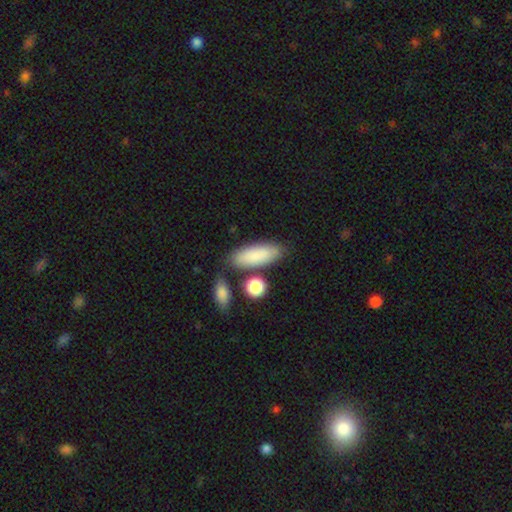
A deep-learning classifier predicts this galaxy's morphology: This appears to be a smooth galaxy with no disk features (85%) that is in between round and cigar-shaped (72%). Merging: none (73%).